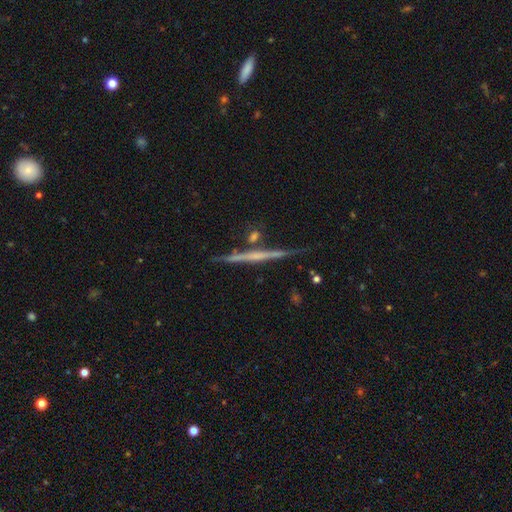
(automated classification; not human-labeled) A featured or disk galaxy (69%) viewed edge-on (97%) with no central bulge (75%). Merging: none (80%).